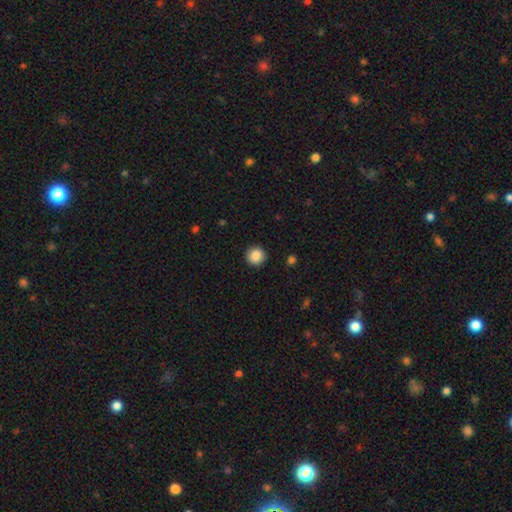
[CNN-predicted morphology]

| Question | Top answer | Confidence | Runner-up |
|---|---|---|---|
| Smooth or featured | smooth | 87% | star or artifact (9%) |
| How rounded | round | 93% | in between (6%) |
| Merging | none | 92% | minor disturbance (6%) |